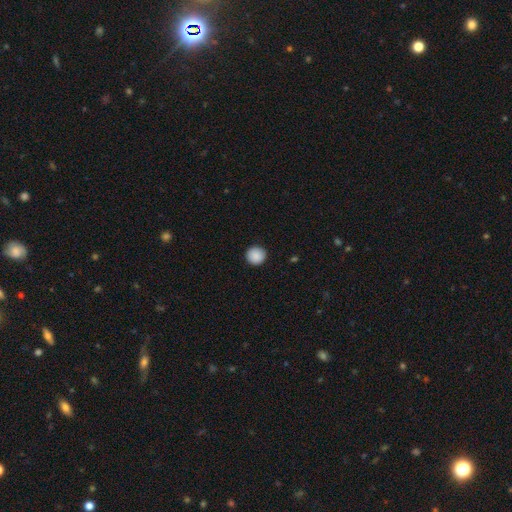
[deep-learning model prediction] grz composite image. It shows a smooth galaxy with no disk features (89%) that is round (95%). Merging: none (92%).